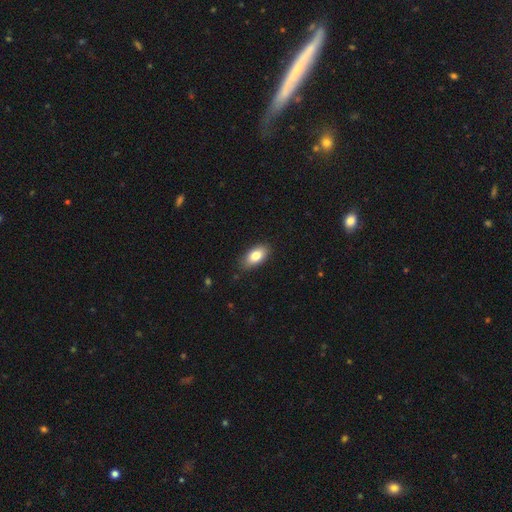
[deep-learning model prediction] smooth-or-featured: smooth: 82% | featured or disk: 11% | star or artifact: 7%
  how-rounded: in between: 91% | round: 5% | cigar-shaped: 4%
  merging: none: 86% | minor disturbance: 11% | major disturbance: 2% | merger: 1%